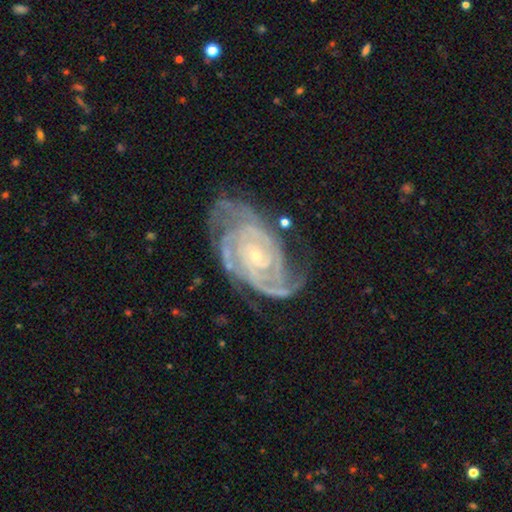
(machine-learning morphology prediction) Smooth or featured?
  - featured or disk: 92% *
  - star or artifact: 5%
  - smooth: 3%
Edge-on disk?
  - no: 97% *
  - yes: 3%
Bar?
  - no: 70% *
  - weak: 21%
  - strong: 9%
Spiral arms?
  - yes: 98% *
  - no: 2%
Spiral winding?
  - tight: 73% *
  - medium: 24%
  - loose: 4%
Spiral arm count?
  - 3: 27% *
  - 2: 24%
  - 4: 18%
  - can't tell: 15%
  - more than 4: 8%
  - 1: 7%
Bulge size?
  - small: 81% *
  - moderate: 16%
  - none: 1%
  - large: 1%
  - dominant: 1%
Merging?
  - none: 64% *
  - minor disturbance: 22%
  - major disturbance: 11%
  - merger: 2%